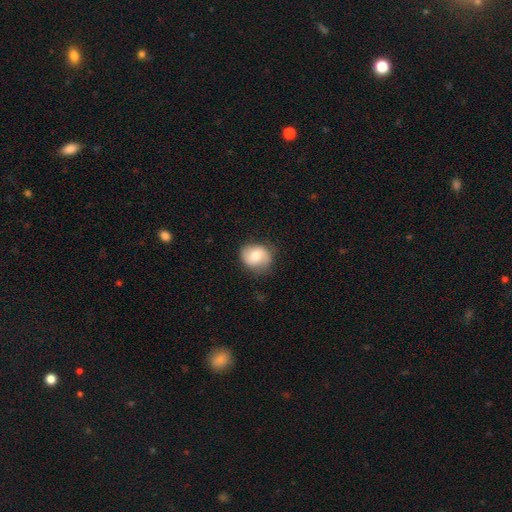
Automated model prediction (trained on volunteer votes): This is likely a smooth galaxy (63%). How rounded: likely round (64%). Merging: likely none (76%).